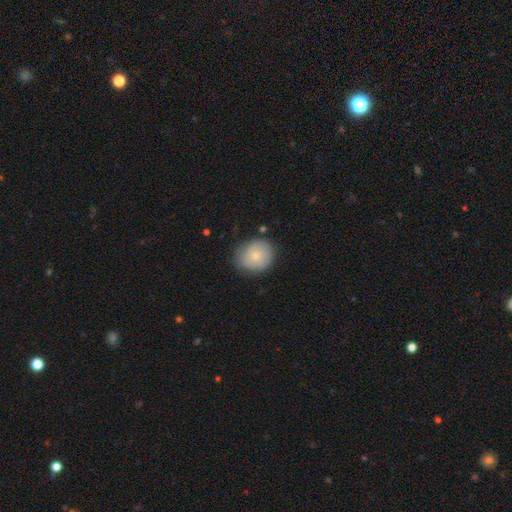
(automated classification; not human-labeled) Overall: smooth (72%). How rounded: round (70%; in between 30%). Merging: none (71%).